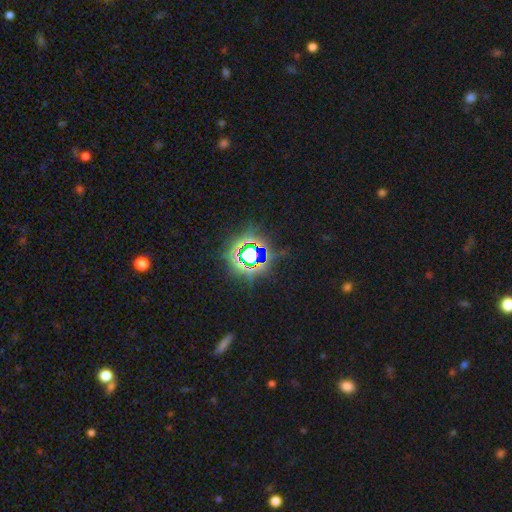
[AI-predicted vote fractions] Overall: star or artifact (77%).